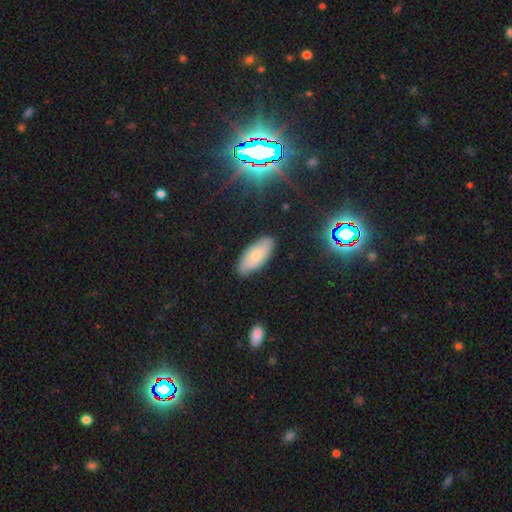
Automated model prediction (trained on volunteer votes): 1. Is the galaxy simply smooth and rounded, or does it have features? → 71% smooth, 20% featured or disk, 9% star or artifact.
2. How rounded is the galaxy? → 86% in between, 12% cigar-shaped, 2% round.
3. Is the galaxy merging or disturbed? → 83% none, 13% minor disturbance, 2% major disturbance, 1% merger.